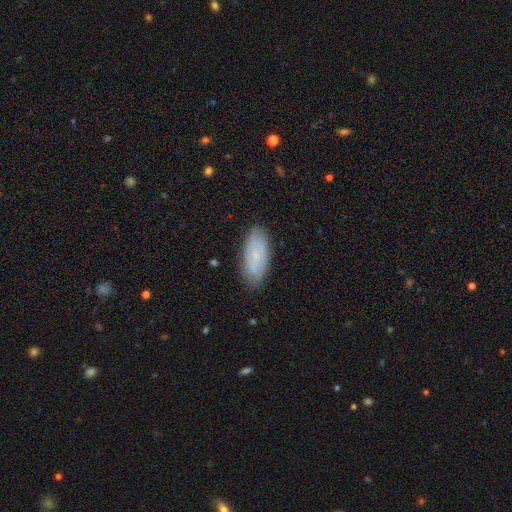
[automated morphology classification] The model was most divided on "smooth or featured": smooth: 54%, featured or disk: 39%, star or artifact: 7%. More confident: how rounded — in between (84%); merging — none (84%).